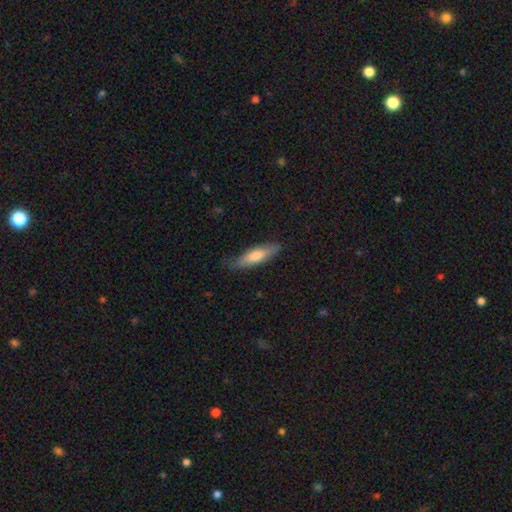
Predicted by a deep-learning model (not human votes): smooth_or_featured: smooth (p=0.71) [alt: featured or disk p=0.23]
how_rounded: cigar-shaped (p=0.59) [alt: in between p=0.39]
merging: none (p=0.76) [alt: minor disturbance p=0.19]